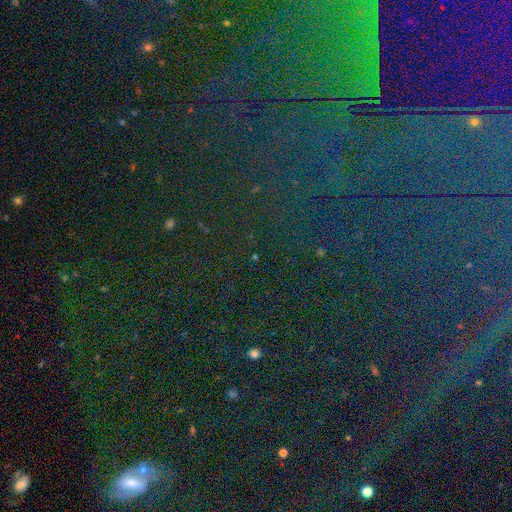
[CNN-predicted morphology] star or artifact 81%, smooth 10%, featured or disk 9%.